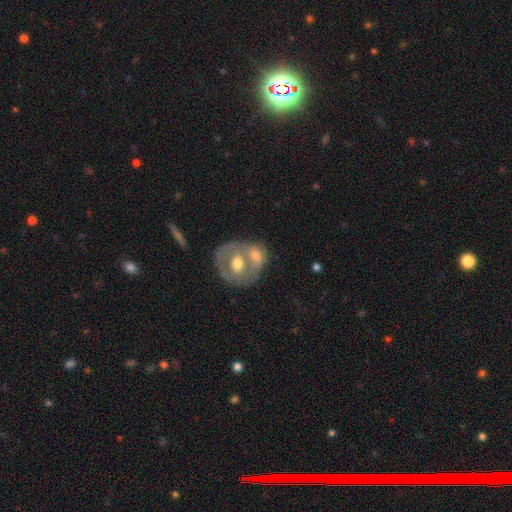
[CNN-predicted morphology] This is possibly a smooth galaxy (51%). How rounded: possibly round (58%). Merging: likely merger (61%).